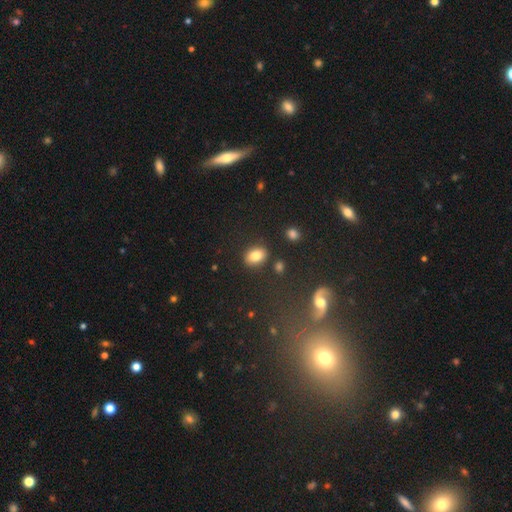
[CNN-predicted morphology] Smooth or featured: smooth — 82% (star or artifact — 9%)
How rounded: in between — 71% (round — 27%)
Merging: none — 83% (minor disturbance — 10%)